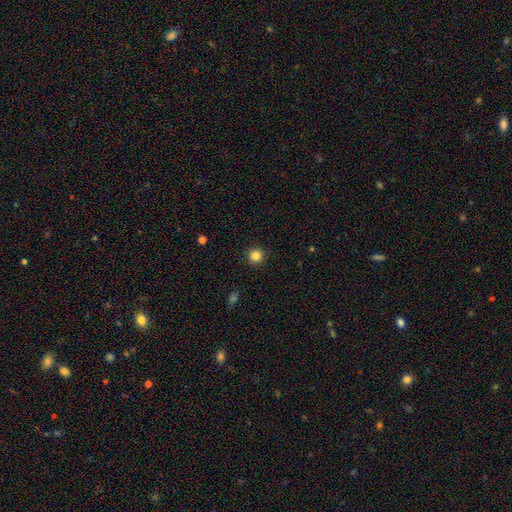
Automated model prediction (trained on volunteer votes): Morphology: type=smooth (85%); roundness=round (95%); merging=none (91%).